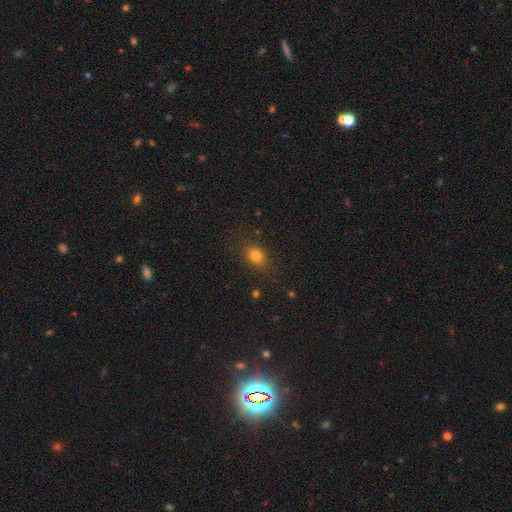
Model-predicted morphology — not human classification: Smooth or featured? Predicted: smooth (p=0.79). How rounded? Predicted: in between (p=0.51). Merging? Predicted: none (p=0.82).